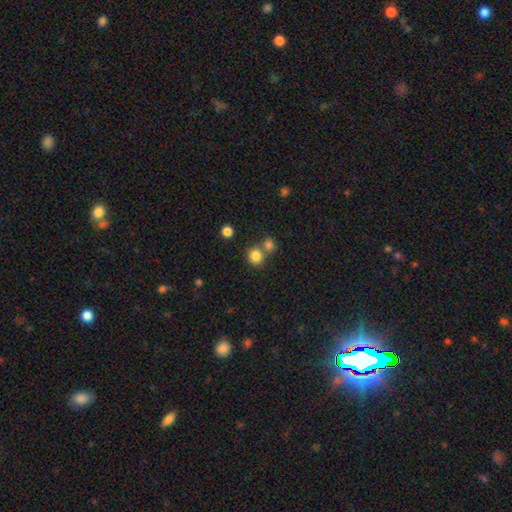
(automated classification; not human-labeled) smooth_or_featured: smooth (p=0.83) [alt: star or artifact p=0.12]
how_rounded: round (p=0.80) [alt: in between p=0.19]
merging: none (p=0.59) [alt: merger p=0.30]